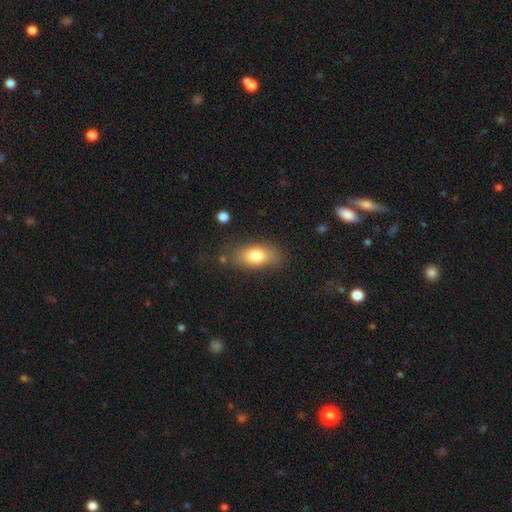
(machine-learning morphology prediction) type=smooth (79%); roundness=in between (88%); merging=none (76%).